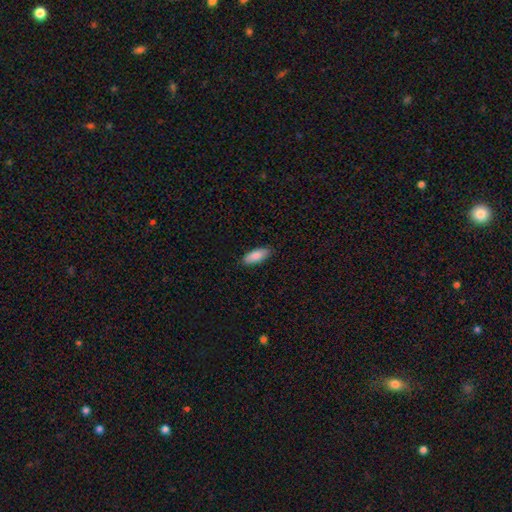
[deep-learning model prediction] Smooth or featured? smooth (85%)
How rounded? in between (80%)
Merging? none (89%)